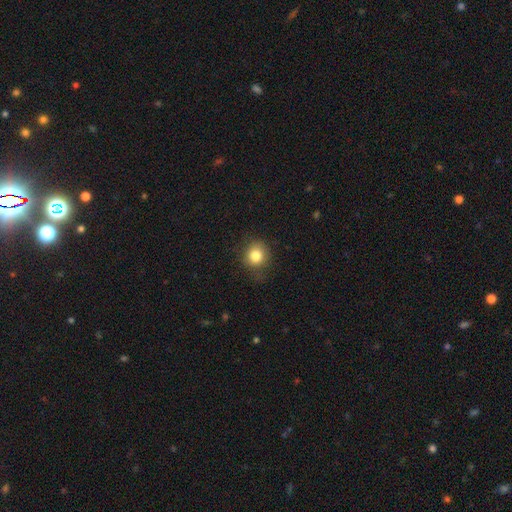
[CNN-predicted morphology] A smooth galaxy with no disk features (82%) that is round (84%).

Vote fractions:
- Smooth or featured? smooth: 82% / star or artifact: 11% / featured or disk: 7%
- How rounded? round: 84% / in between: 15% / cigar-shaped: 1%
- Merging? none: 81% / minor disturbance: 14% / major disturbance: 4% / merger: 1%